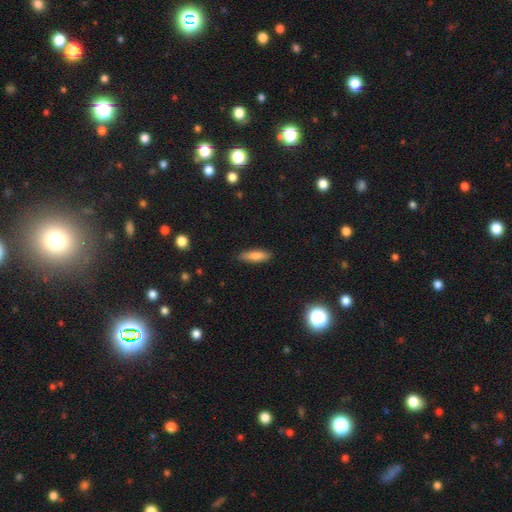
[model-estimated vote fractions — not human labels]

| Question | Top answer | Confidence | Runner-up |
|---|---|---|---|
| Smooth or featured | smooth | 80% | featured or disk (12%) |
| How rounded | cigar-shaped | 50% | in between (48%) |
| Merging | none | 83% | minor disturbance (13%) |